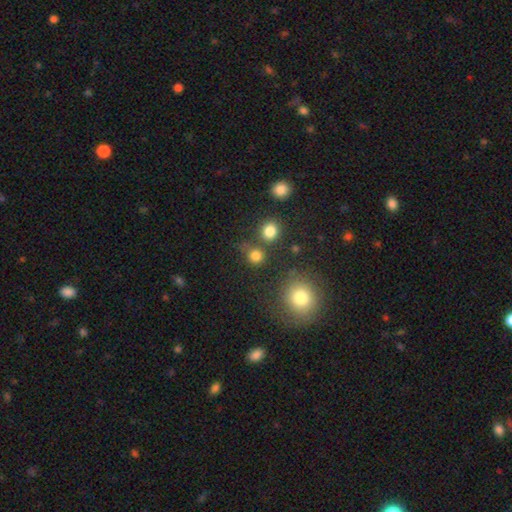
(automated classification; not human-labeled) A smooth galaxy with no disk features (80%) that is round (88%). Merging: none (69%).